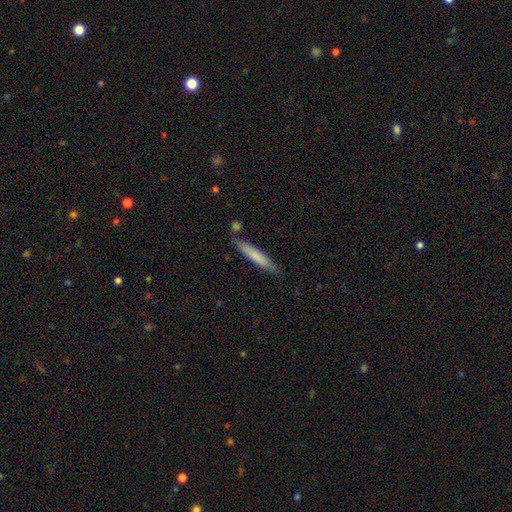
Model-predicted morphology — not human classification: smooth 74%, featured or disk 21%, star or artifact 6%. Down the decision tree: how rounded — cigar-shaped (92%); merging — none (80%).